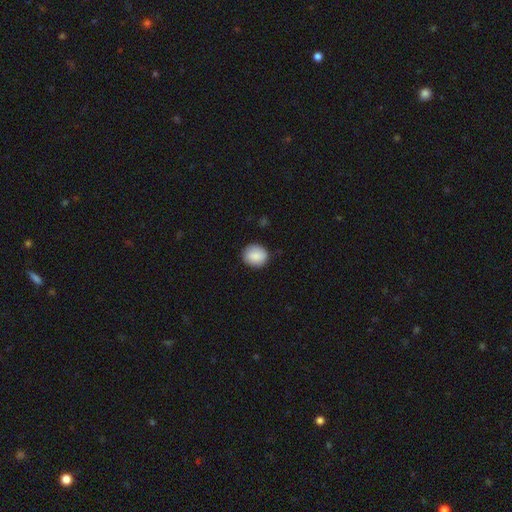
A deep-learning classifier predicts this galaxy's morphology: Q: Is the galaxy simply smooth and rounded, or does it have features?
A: smooth — 88%.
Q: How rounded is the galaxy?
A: round — 80%.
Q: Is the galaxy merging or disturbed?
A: none — 84%.